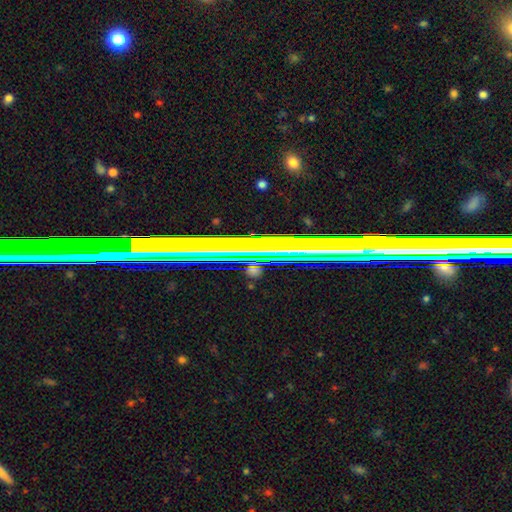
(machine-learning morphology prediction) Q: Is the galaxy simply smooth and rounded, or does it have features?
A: star or artifact — 58%.